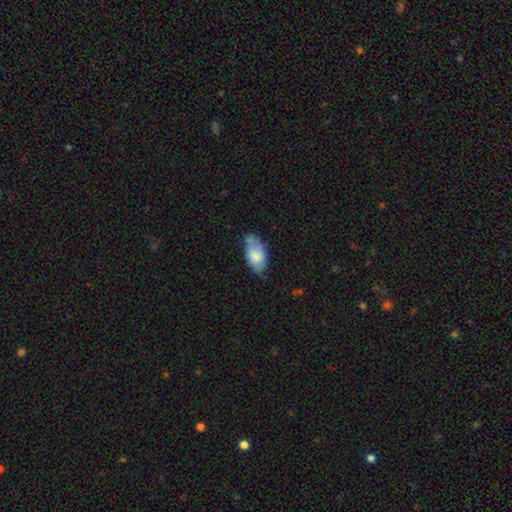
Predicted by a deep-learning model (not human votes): smooth_or_featured: smooth (p=0.71) [alt: featured or disk p=0.23]
how_rounded: in between (p=0.94) [alt: cigar-shaped p=0.03]
merging: none (p=0.51) [alt: minor disturbance p=0.33]